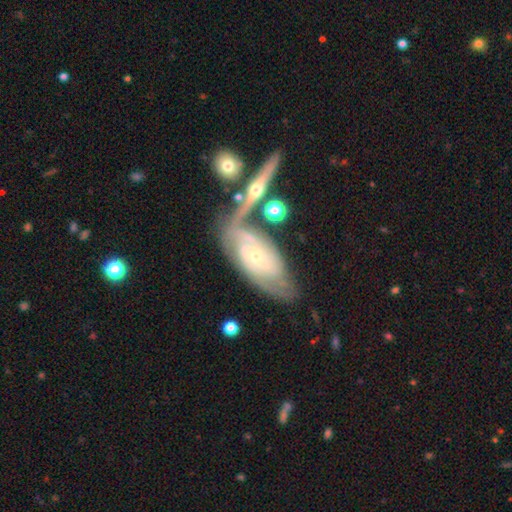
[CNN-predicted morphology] featured or disk 83%, smooth 12%, star or artifact 6%. Down the decision tree: edge-on disk — no (88%); bar — no (56%); spiral arms — yes (93%); spiral arm count — 2 (47%); spiral winding — tight (59%); bulge size — small (71%); merging — none (58%).